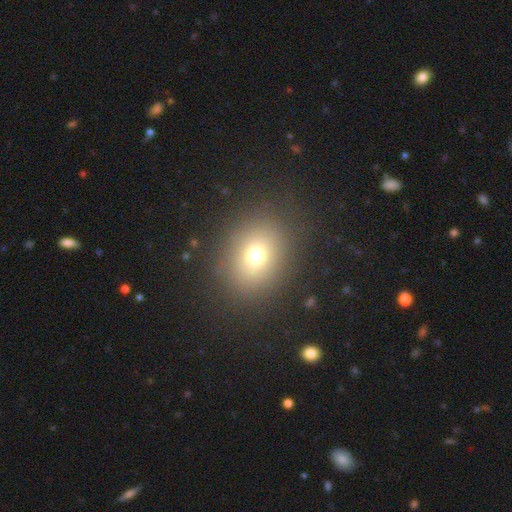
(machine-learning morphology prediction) This is likely a smooth galaxy (71%). How rounded: possibly round (53%). Merging: clearly none (86%).